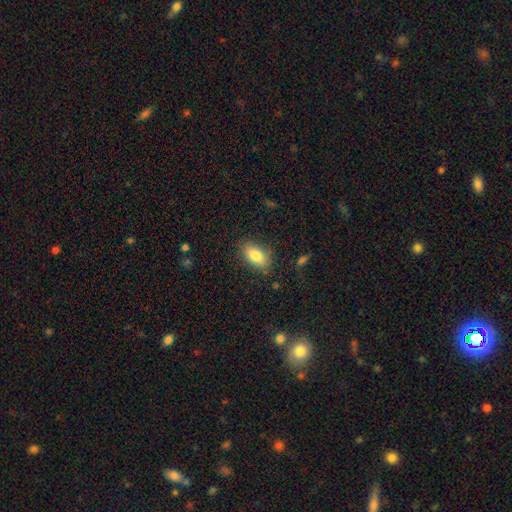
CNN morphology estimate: This is clearly a smooth galaxy (82%). How rounded: clearly in between (90%). Merging: clearly none (83%).